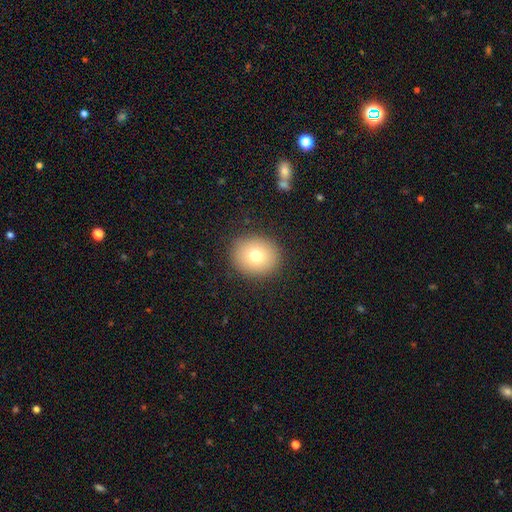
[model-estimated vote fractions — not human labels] A smooth galaxy with no disk features (75%) that is round (77%).

Vote fractions:
- Smooth or featured? smooth: 75% / featured or disk: 14% / star or artifact: 11%
- How rounded? round: 77% / in between: 23% / cigar-shaped: 1%
- Merging? none: 89% / minor disturbance: 7% / major disturbance: 3% / merger: 1%